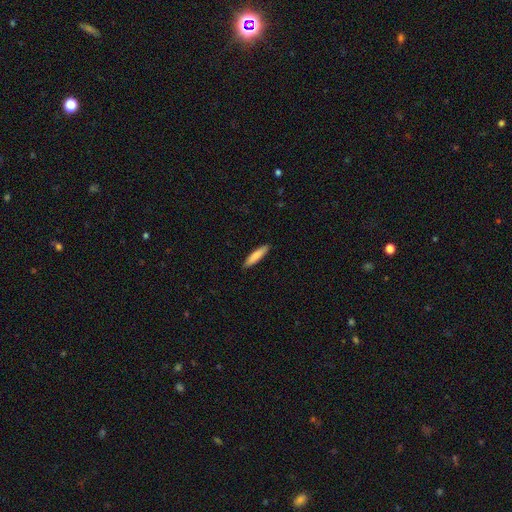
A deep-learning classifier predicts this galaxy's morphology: A smooth galaxy with no disk features (83%) that is cigar-shaped (81%).

Vote fractions:
- Smooth or featured? smooth: 83% / featured or disk: 11% / star or artifact: 5%
- How rounded? cigar-shaped: 81% / in between: 17% / round: 1%
- Merging? none: 90% / minor disturbance: 8% / major disturbance: 1% / merger: 1%